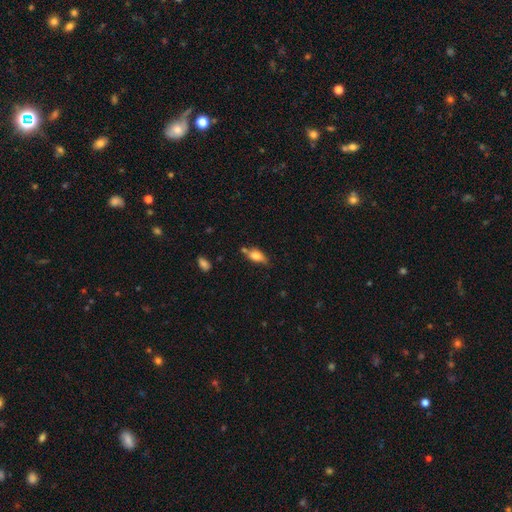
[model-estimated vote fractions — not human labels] smooth 76%, featured or disk 15%, star or artifact 8%. Down the decision tree: how rounded — in between (82%); merging — none (51%).